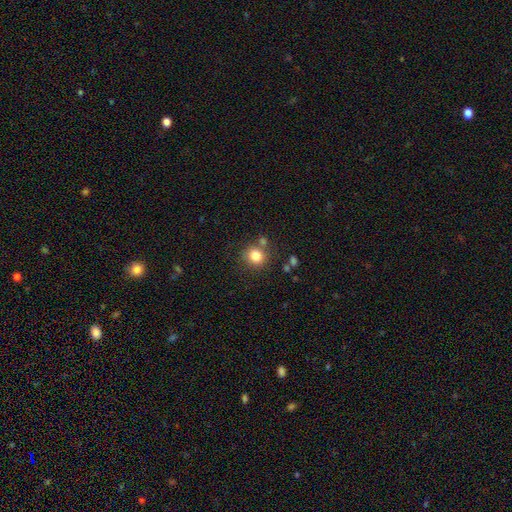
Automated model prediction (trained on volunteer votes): Morphology: type=smooth (81%); roundness=round (83%); merging=none (75%).